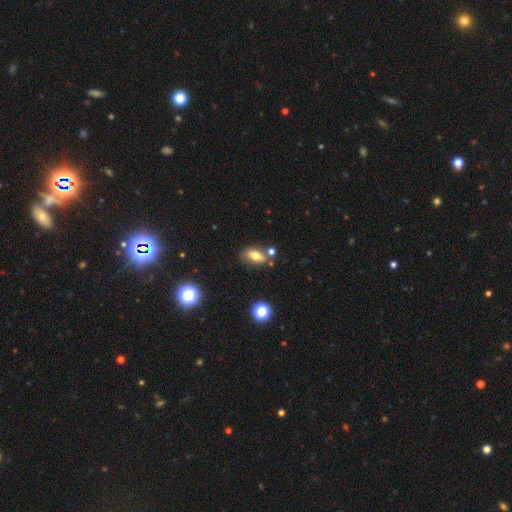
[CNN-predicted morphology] Smooth or featured? Predicted: smooth (p=0.68). How rounded? Predicted: in between (p=0.82). Merging? Predicted: none (p=0.61).